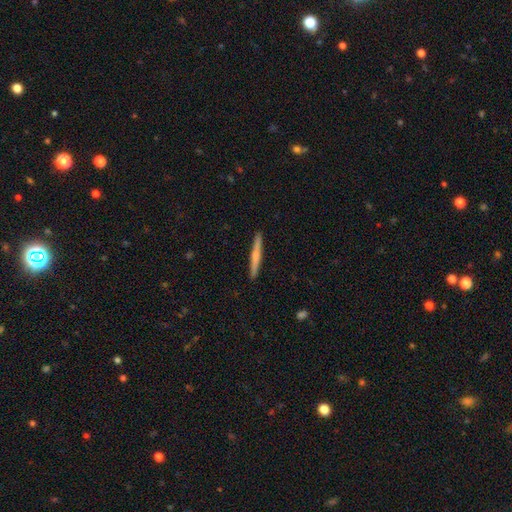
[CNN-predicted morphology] Smooth or featured: smooth — 55% (featured or disk — 40%)
How rounded: cigar-shaped — 96% (in between — 3%)
Merging: none — 92% (minor disturbance — 6%)